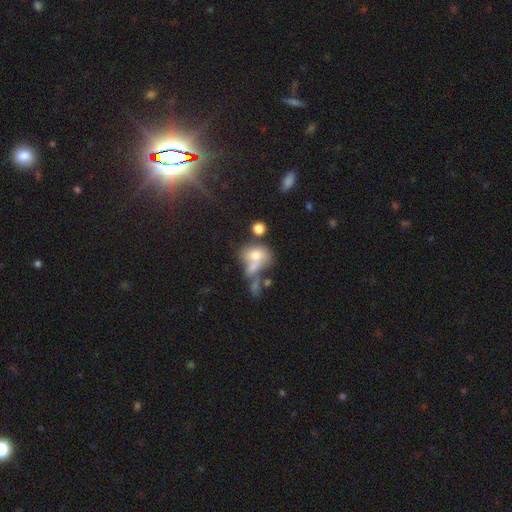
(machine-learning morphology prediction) smooth 65%, featured or disk 23%, star or artifact 12%. Down the decision tree: how rounded — in between (50%); merging — merger (46%).